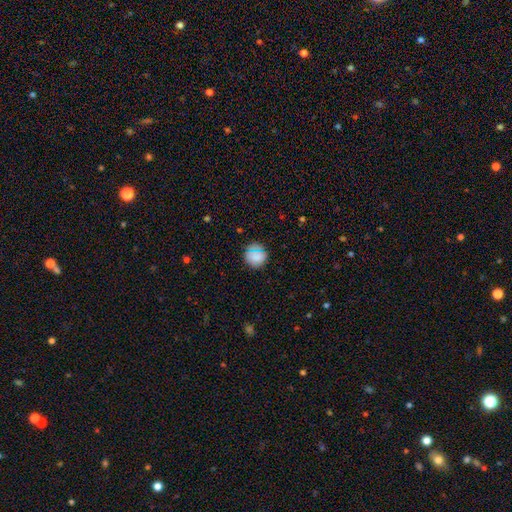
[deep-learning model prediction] A smooth galaxy with no disk features (81%) that is round (91%).

Vote fractions:
- Smooth or featured? smooth: 81% / star or artifact: 13% / featured or disk: 6%
- How rounded? round: 91% / in between: 7% / cigar-shaped: 1%
- Merging? none: 84% / minor disturbance: 12% / major disturbance: 3% / merger: 2%